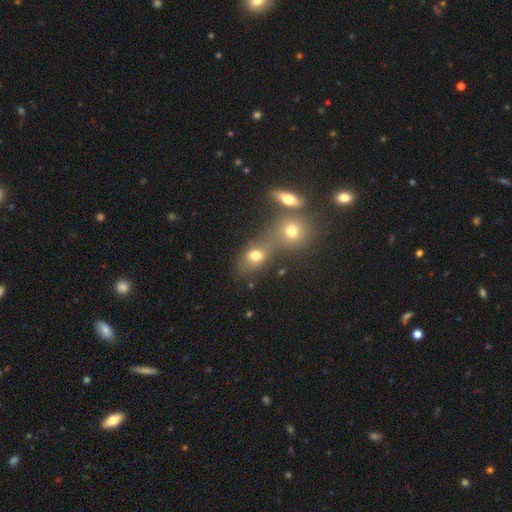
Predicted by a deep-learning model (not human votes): Overall: smooth (72%). How rounded: in between (55%; round 42%). Merging: merger (47%; none 38%).